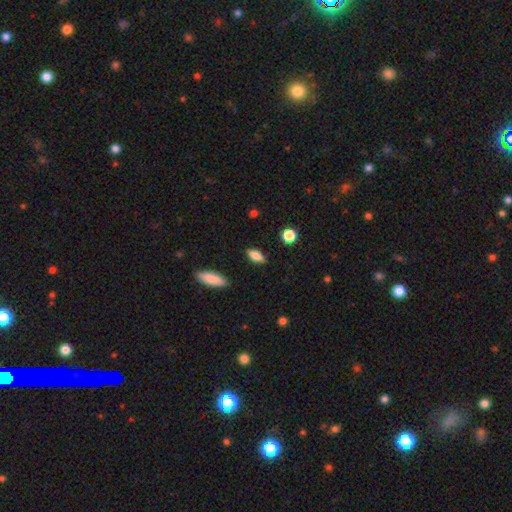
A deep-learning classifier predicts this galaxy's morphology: The model was most divided on "how rounded": in between: 81%, cigar-shaped: 15%, round: 4%. More confident: merging — none (87%); smooth or featured — smooth (80%).